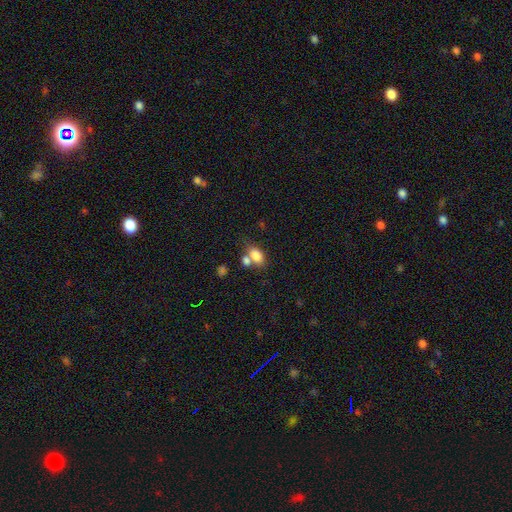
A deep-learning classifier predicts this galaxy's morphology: smooth 81%, star or artifact 10%, featured or disk 9%. Down the decision tree: how rounded — in between (86%); merging — none (45%).